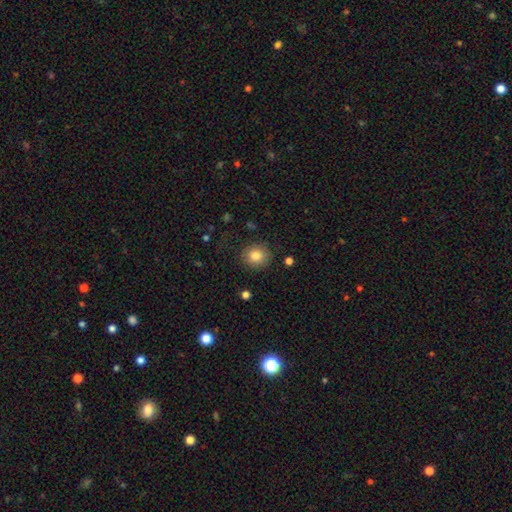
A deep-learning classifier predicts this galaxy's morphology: smooth-or-featured: smooth: 82% | star or artifact: 10% | featured or disk: 8%
  how-rounded: round: 84% | in between: 15% | cigar-shaped: 1%
  merging: none: 87% | minor disturbance: 9% | major disturbance: 3% | merger: 1%